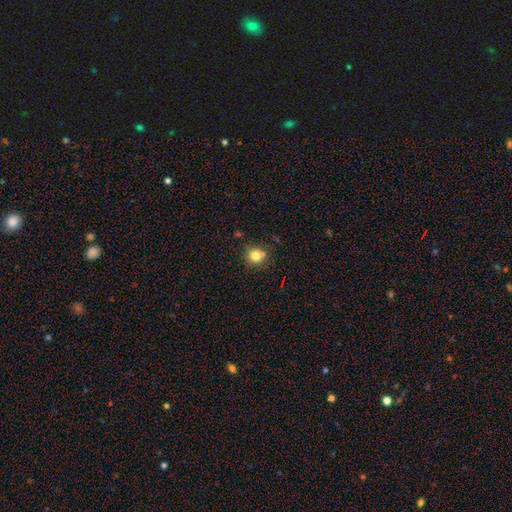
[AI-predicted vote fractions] Overall: smooth (80%). How rounded: round (88%). Merging: none (76%).